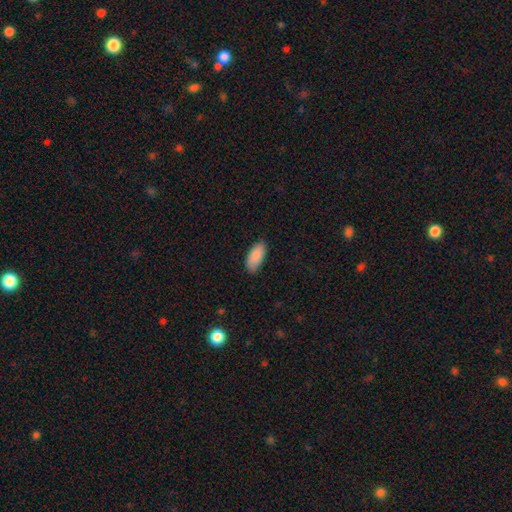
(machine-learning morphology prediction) A smooth galaxy with no disk features (89%) that is in between round and cigar-shaped (89%).

Vote fractions:
- Smooth or featured? smooth: 89% / star or artifact: 6% / featured or disk: 5%
- How rounded? in between: 89% / cigar-shaped: 9% / round: 2%
- Merging? none: 85% / minor disturbance: 12% / major disturbance: 2% / merger: 1%